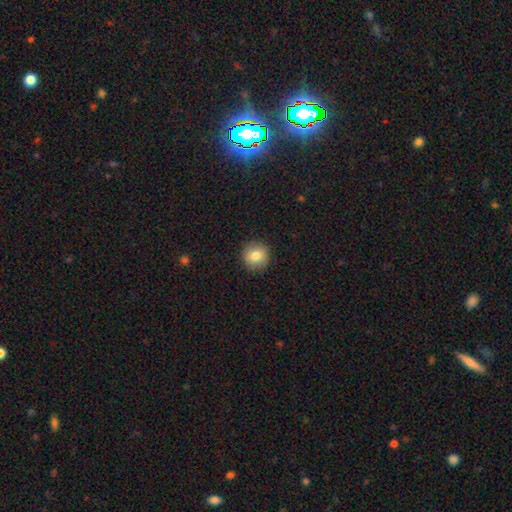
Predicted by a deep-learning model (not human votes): The model was most divided on "smooth or featured": smooth: 80%, featured or disk: 10%, star or artifact: 9%. More confident: how rounded — round (92%); merging — none (91%).